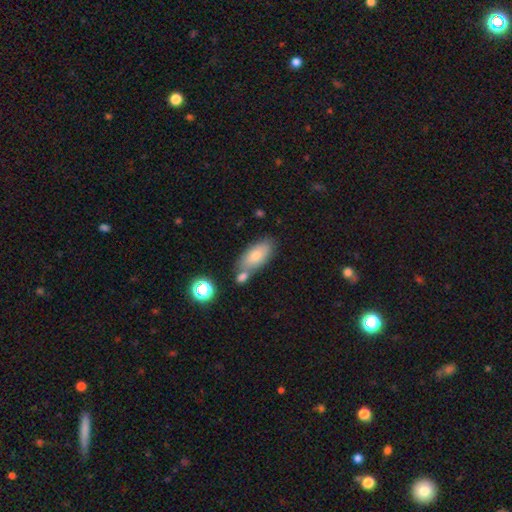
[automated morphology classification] smooth-or-featured: smooth: 78% | featured or disk: 14% | star or artifact: 8%
  how-rounded: in between: 88% | cigar-shaped: 9% | round: 3%
  merging: none: 56% | merger: 24% | minor disturbance: 15% | major disturbance: 4%